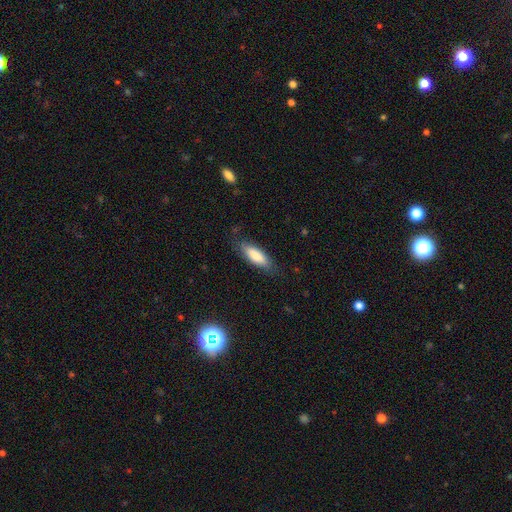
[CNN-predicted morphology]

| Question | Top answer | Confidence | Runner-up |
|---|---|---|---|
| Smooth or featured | smooth | 81% | featured or disk (13%) |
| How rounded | in between | 57% | cigar-shaped (42%) |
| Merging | none | 78% | minor disturbance (17%) |